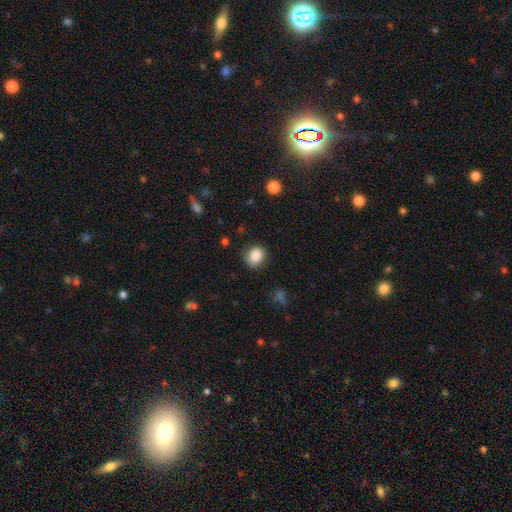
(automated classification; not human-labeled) This appears to be a smooth galaxy with no disk features (86%) that is round (65%). Merging: none (79%).